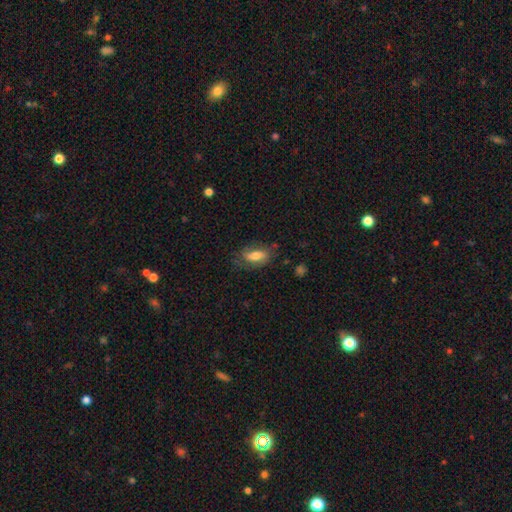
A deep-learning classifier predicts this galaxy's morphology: Smooth or featured: smooth — 64% (featured or disk — 29%)
How rounded: in between — 83% (cigar-shaped — 11%)
Merging: none — 64% (minor disturbance — 23%)